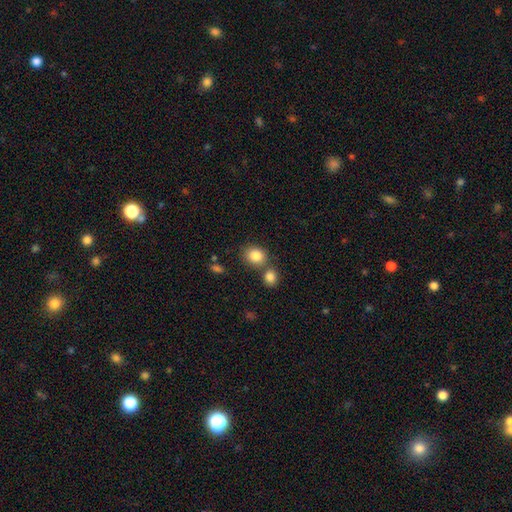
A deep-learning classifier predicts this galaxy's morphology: A smooth galaxy with no disk features (85%) that is round (63%). Merging: none (61%).